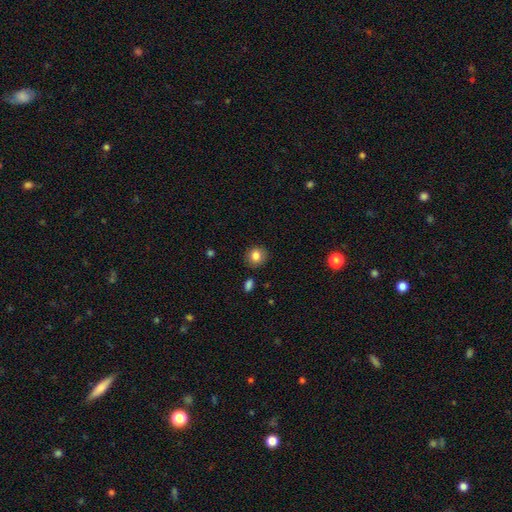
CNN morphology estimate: A smooth galaxy with no disk features (83%) that is round (84%).

Vote fractions:
- Smooth or featured? smooth: 83% / star or artifact: 10% / featured or disk: 7%
- How rounded? round: 84% / in between: 15% / cigar-shaped: 1%
- Merging? none: 87% / minor disturbance: 9% / major disturbance: 2% / merger: 2%